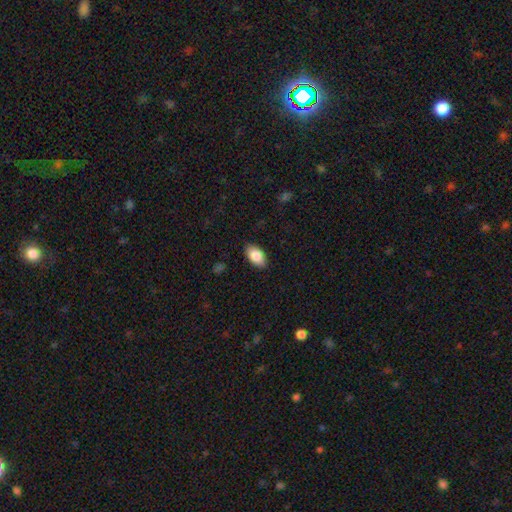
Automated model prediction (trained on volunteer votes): A smooth galaxy with no disk features (87%) that is in between round and cigar-shaped (94%).

Vote fractions:
- Smooth or featured? smooth: 87% / star or artifact: 7% / featured or disk: 6%
- How rounded? in between: 94% / round: 5% / cigar-shaped: 2%
- Merging? none: 87% / minor disturbance: 10% / major disturbance: 2% / merger: 1%